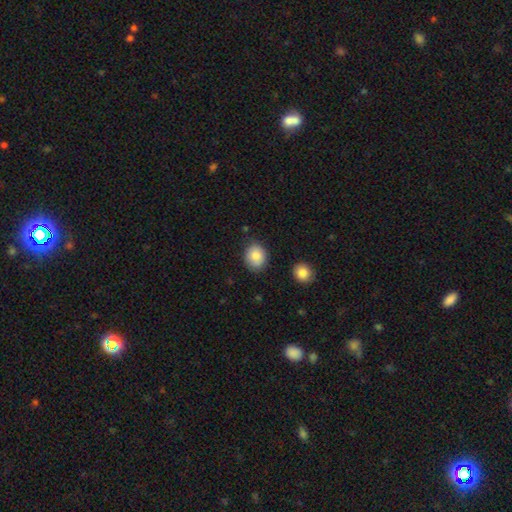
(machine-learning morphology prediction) A smooth galaxy with no disk features (85%) that is round (53%). Merging: none (80%).